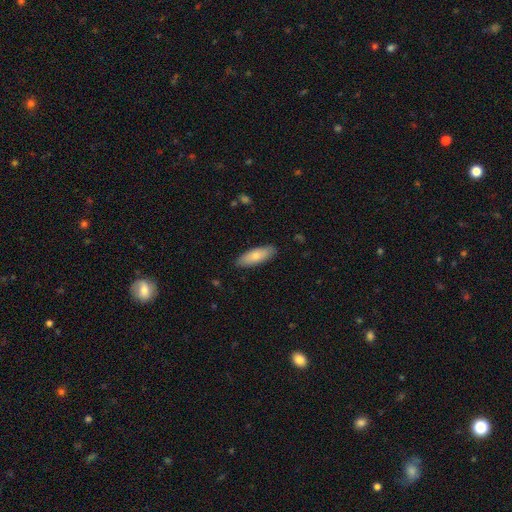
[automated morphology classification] A smooth galaxy with no disk features (77%) that is in between round and cigar-shaped (64%).

Vote fractions:
- Smooth or featured? smooth: 77% / featured or disk: 17% / star or artifact: 6%
- How rounded? in between: 64% / cigar-shaped: 35% / round: 2%
- Merging? none: 88% / minor disturbance: 9% / major disturbance: 2% / merger: 1%